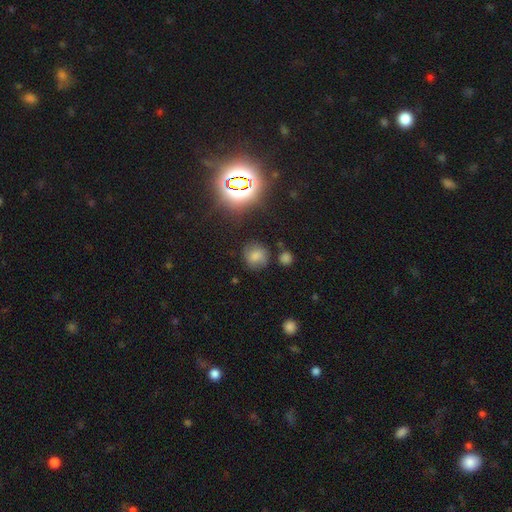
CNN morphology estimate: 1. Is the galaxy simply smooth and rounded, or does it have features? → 68% smooth, 21% star or artifact, 11% featured or disk.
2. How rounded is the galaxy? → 84% round, 15% in between, 1% cigar-shaped.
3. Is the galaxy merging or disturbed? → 77% none, 14% minor disturbance, 5% major disturbance, 4% merger.